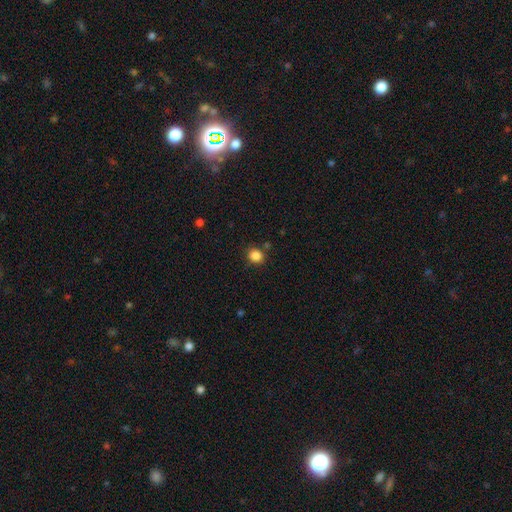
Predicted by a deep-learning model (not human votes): Overall: smooth (85%). How rounded: round (79%). Merging: none (81%).